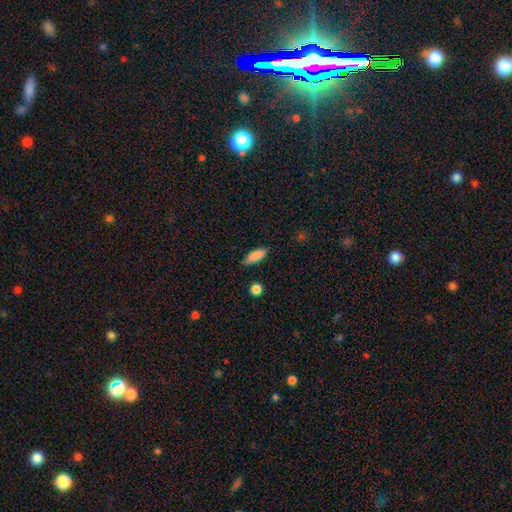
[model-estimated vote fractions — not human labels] A smooth galaxy with no disk features (86%) that is in between round and cigar-shaped (67%). Merging: none (82%).